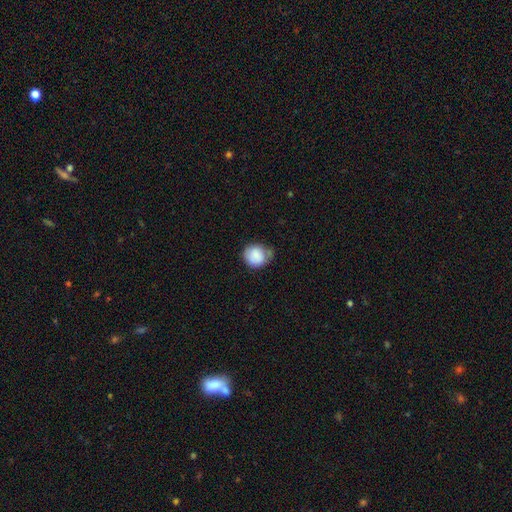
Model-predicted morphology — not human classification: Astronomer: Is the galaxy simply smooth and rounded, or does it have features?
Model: smooth — 84%.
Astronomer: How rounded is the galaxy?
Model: round — 83%.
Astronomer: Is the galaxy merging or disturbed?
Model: none — 50% (runner-up: minor disturbance, 34%).